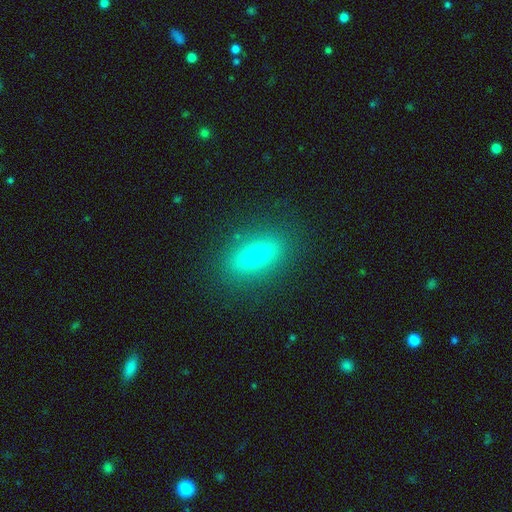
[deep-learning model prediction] This appears to be a smooth galaxy with no disk features (61%) that is in between round and cigar-shaped (68%). Merging: none (87%).